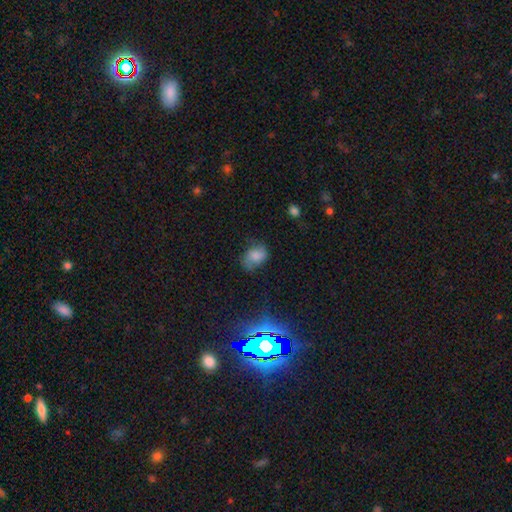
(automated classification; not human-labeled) Smooth or featured?
  - smooth: 69% *
  - featured or disk: 19%
  - star or artifact: 12%
How rounded?
  - in between: 70% *
  - round: 29%
  - cigar-shaped: 1%
Merging?
  - none: 53% *
  - minor disturbance: 31%
  - major disturbance: 13%
  - merger: 3%